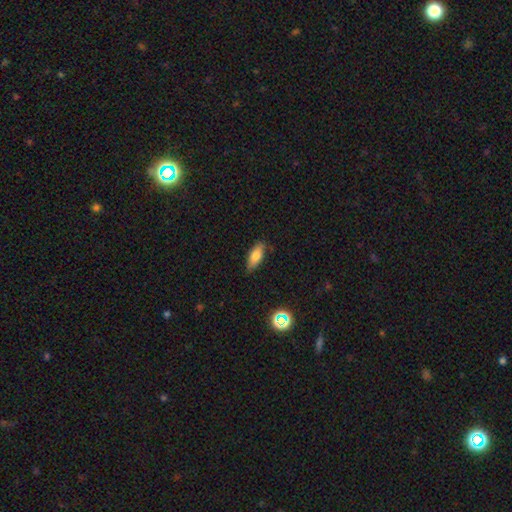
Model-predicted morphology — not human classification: This appears to be a smooth galaxy with no disk features (75%) that is in between round and cigar-shaped (75%). Merging: none (82%).